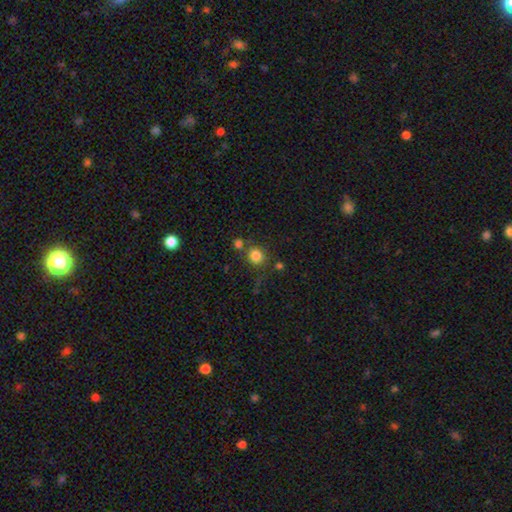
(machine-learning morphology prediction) A smooth galaxy with no disk features (82%) that is round (86%).

Vote fractions:
- Smooth or featured? smooth: 82% / star or artifact: 11% / featured or disk: 6%
- How rounded? round: 86% / in between: 13% / cigar-shaped: 1%
- Merging? none: 68% / merger: 16% / minor disturbance: 11% / major disturbance: 5%